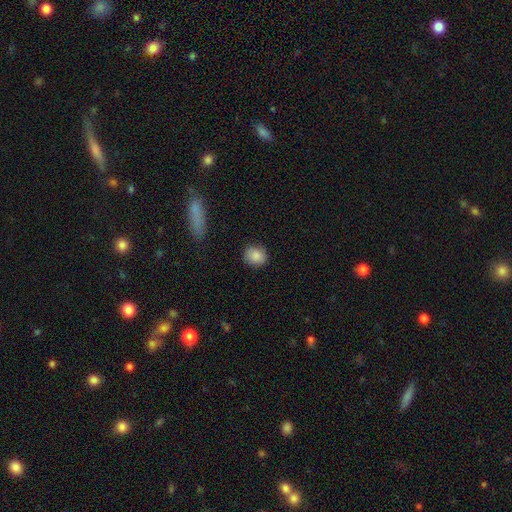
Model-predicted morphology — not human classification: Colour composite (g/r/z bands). It shows a smooth galaxy with no disk features (86%) that is round (79%). Merging: none (86%).